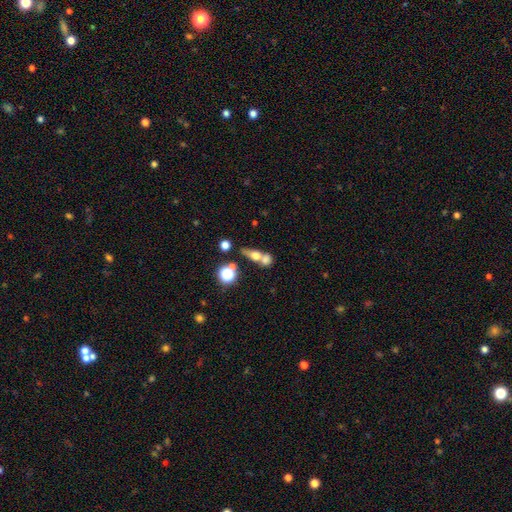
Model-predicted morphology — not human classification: This is possibly a smooth galaxy (58%). How rounded: marginally in between (42%). Merging: possibly merger (54%).